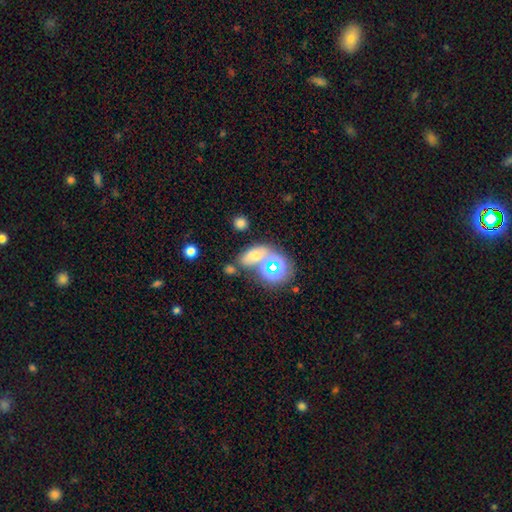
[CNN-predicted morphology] A smooth galaxy with no disk features (54%) that is in between round and cigar-shaped (68%).

Vote fractions:
- Smooth or featured? smooth: 54% / star or artifact: 28% / featured or disk: 18%
- How rounded? in between: 68% / round: 28% / cigar-shaped: 4%
- Merging? none: 48% / merger: 31% / minor disturbance: 13% / major disturbance: 8%